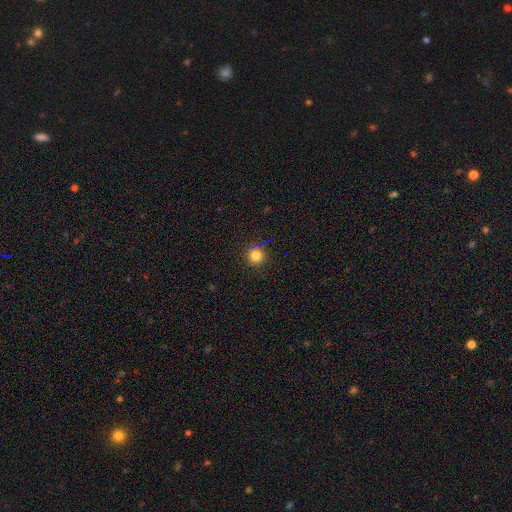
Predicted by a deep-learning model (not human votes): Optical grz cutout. It shows a smooth galaxy with no disk features (78%) that is round (95%). Merging: none (89%).